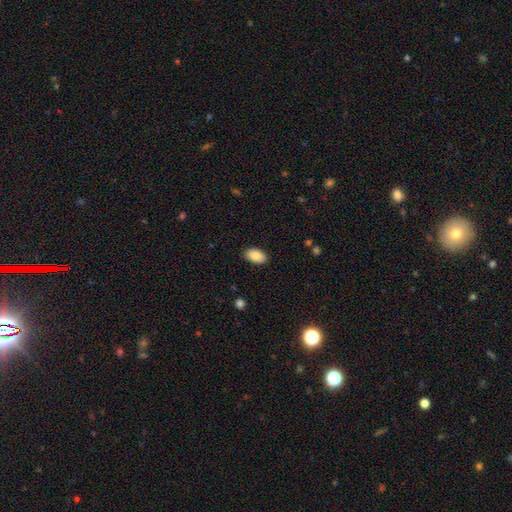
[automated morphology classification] Smooth or featured?
  - smooth: 88% *
  - star or artifact: 7%
  - featured or disk: 5%
How rounded?
  - in between: 94% *
  - round: 5%
  - cigar-shaped: 1%
Merging?
  - none: 88% *
  - minor disturbance: 9%
  - major disturbance: 2%
  - merger: 1%